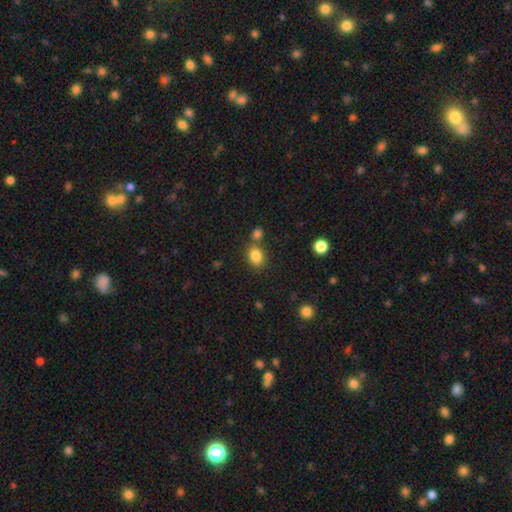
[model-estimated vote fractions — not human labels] The model was most divided on "how rounded": in between: 56%, round: 43%, cigar-shaped: 1%. More confident: smooth or featured — smooth (84%); merging — none (67%).